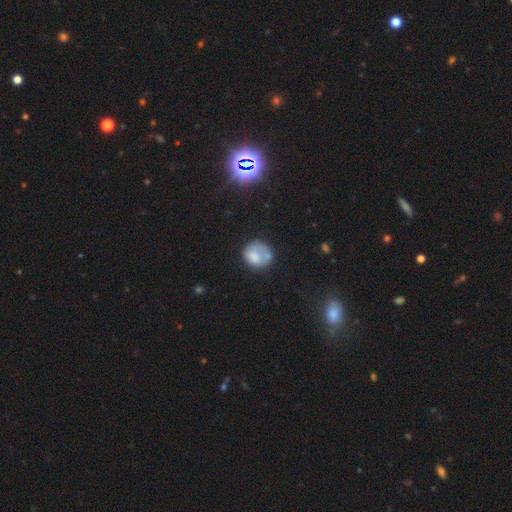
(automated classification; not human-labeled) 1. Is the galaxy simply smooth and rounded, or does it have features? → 65% smooth, 26% featured or disk, 9% star or artifact.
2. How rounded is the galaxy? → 75% round, 24% in between, 1% cigar-shaped.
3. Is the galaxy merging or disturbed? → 51% none, 25% minor disturbance, 17% major disturbance, 7% merger.